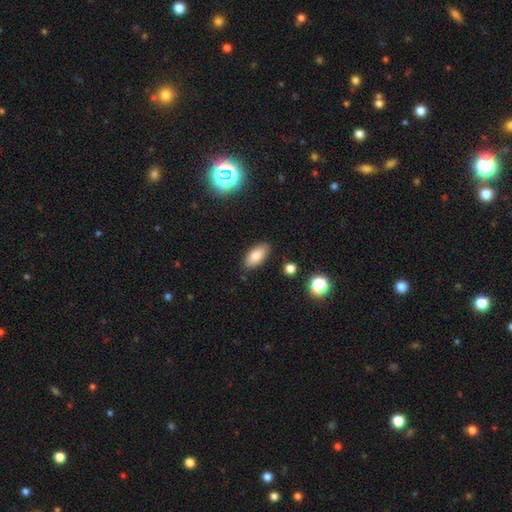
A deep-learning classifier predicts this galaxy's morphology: Smooth or featured?
  - smooth: 82% *
  - featured or disk: 10%
  - star or artifact: 8%
How rounded?
  - in between: 90% *
  - cigar-shaped: 7%
  - round: 3%
Merging?
  - none: 85% *
  - minor disturbance: 11%
  - major disturbance: 2%
  - merger: 2%